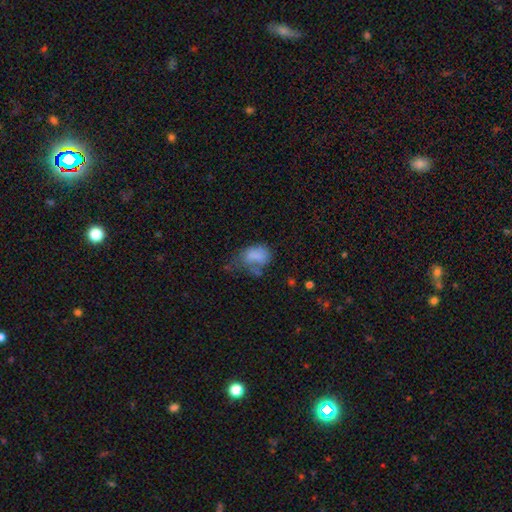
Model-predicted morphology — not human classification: This is likely a smooth galaxy (68%). How rounded: likely in between (76%). Merging: marginally major disturbance (41%).